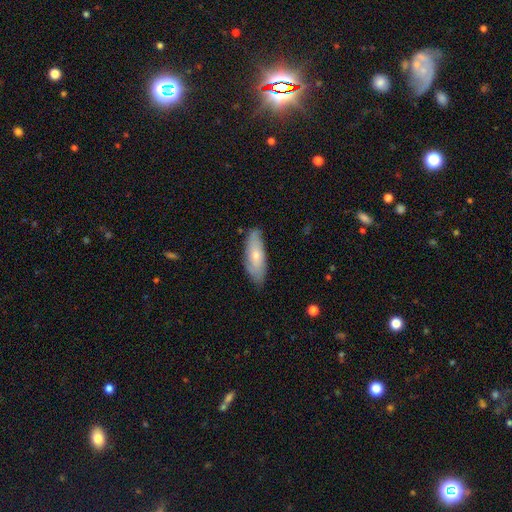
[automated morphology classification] A smooth galaxy with no disk features (59%) that is in between round and cigar-shaped (65%). Merging: none (78%).